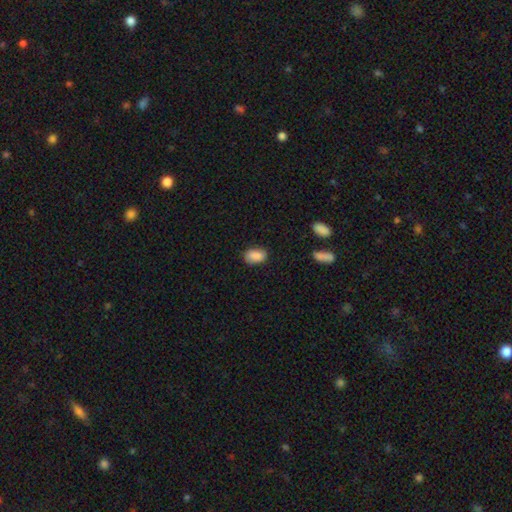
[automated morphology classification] Smooth or featured?
  - smooth: 88% *
  - star or artifact: 8%
  - featured or disk: 4%
How rounded?
  - in between: 88% *
  - round: 10%
  - cigar-shaped: 2%
Merging?
  - none: 81% *
  - minor disturbance: 15%
  - major disturbance: 3%
  - merger: 2%